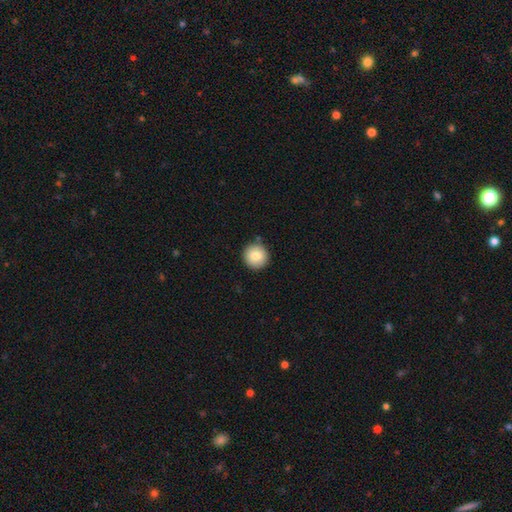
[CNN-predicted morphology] A smooth galaxy with no disk features (84%) that is round (95%).

Vote fractions:
- Smooth or featured? smooth: 84% / star or artifact: 8% / featured or disk: 8%
- How rounded? round: 95% / in between: 4% / cigar-shaped: 1%
- Merging? none: 88% / minor disturbance: 7% / merger: 3% / major disturbance: 2%